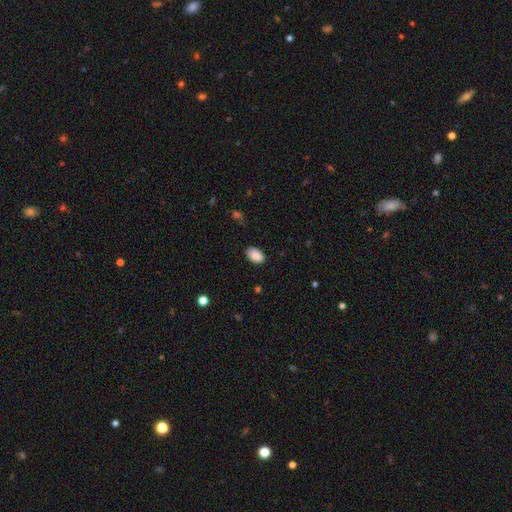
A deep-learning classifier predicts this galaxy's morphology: Q: Smooth or featured?
A: smooth (89%); runner-up: star or artifact (7%)
Q: How rounded?
A: in between (91%); runner-up: round (8%)
Q: Merging?
A: none (83%); runner-up: minor disturbance (13%)